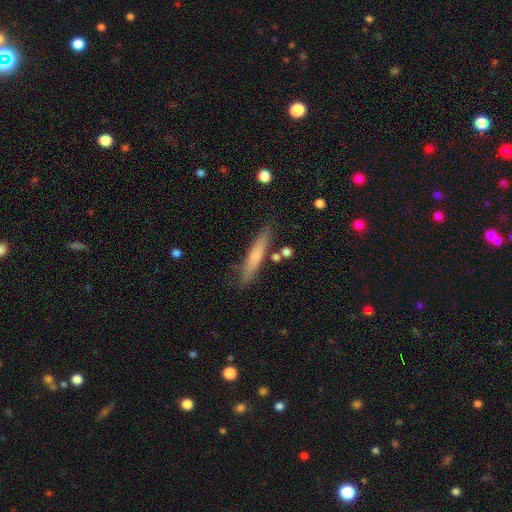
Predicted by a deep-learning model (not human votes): smooth 67%, featured or disk 27%, star or artifact 6%. Down the decision tree: how rounded — cigar-shaped (91%); merging — none (81%).